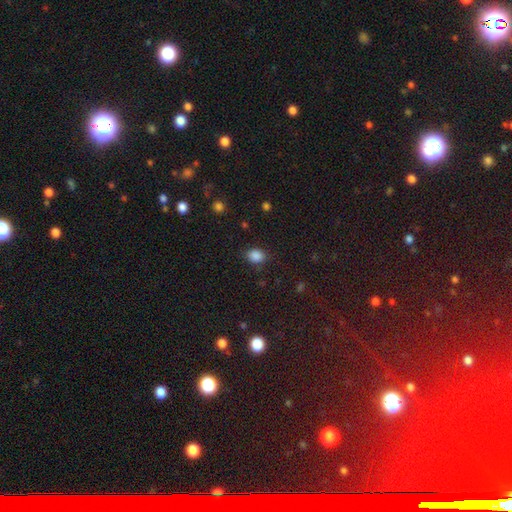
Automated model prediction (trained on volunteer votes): A smooth galaxy with no disk features (86%) that is in between round and cigar-shaped (57%).

Vote fractions:
- Smooth or featured? smooth: 86% / star or artifact: 10% / featured or disk: 4%
- How rounded? in between: 57% / round: 42% / cigar-shaped: 1%
- Merging? none: 82% / minor disturbance: 13% / major disturbance: 4% / merger: 1%